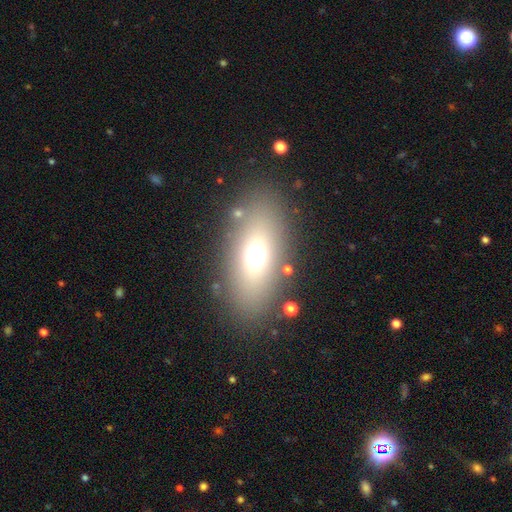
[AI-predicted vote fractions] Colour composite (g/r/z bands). It shows a smooth galaxy with no disk features (66%) that is in between round and cigar-shaped (83%). Merging: none (83%).